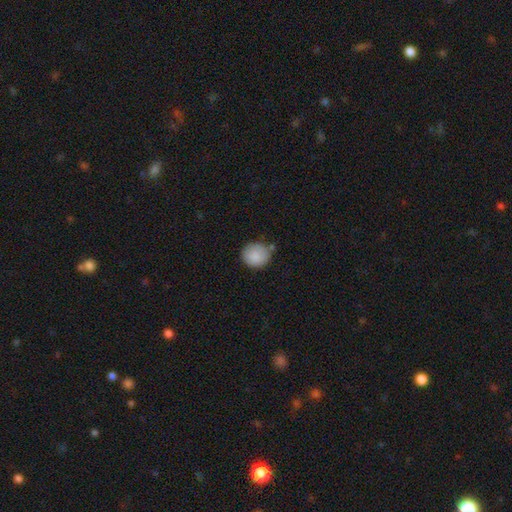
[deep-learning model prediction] The model was most divided on "merging": none: 72%, minor disturbance: 17%, merger: 7%, major disturbance: 4%. More confident: smooth or featured — smooth (89%); how rounded — round (84%).